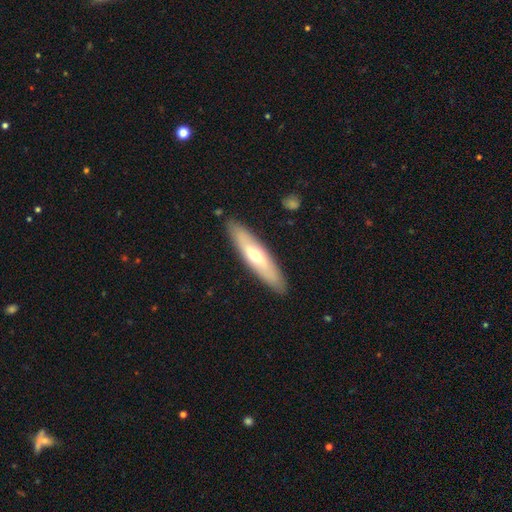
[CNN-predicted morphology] The model was most divided on "smooth or featured" (2-way tie): smooth: 48%, featured or disk: 48%, star or artifact: 5%. More confident: merging — none (89%).